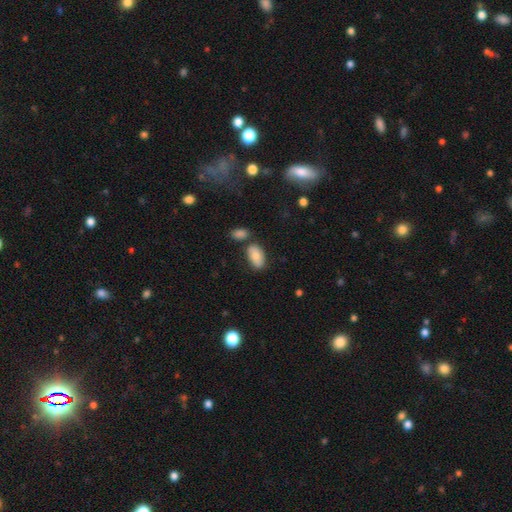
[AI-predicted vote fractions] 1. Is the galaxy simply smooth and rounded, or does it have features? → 79% smooth, 14% featured or disk, 7% star or artifact.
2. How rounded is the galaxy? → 94% in between, 4% round, 2% cigar-shaped.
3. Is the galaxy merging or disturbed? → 68% none, 15% minor disturbance, 13% merger, 4% major disturbance.